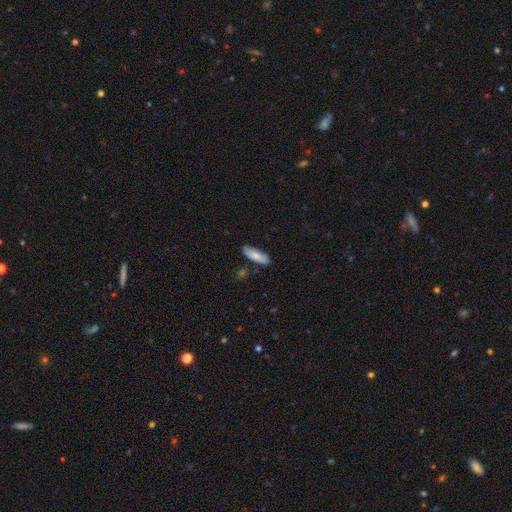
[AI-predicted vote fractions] A smooth galaxy with no disk features (80%) that is in between round and cigar-shaped (60%). Merging: none (80%).